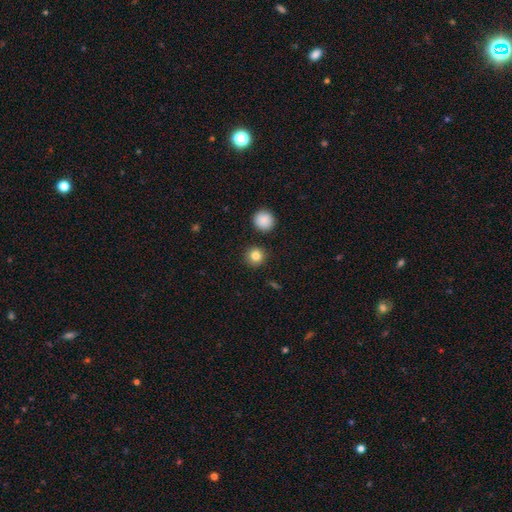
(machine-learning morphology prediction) Smooth or featured? Predicted: smooth (p=0.84). How rounded? Predicted: round (p=0.93). Merging? Predicted: none (p=0.89).